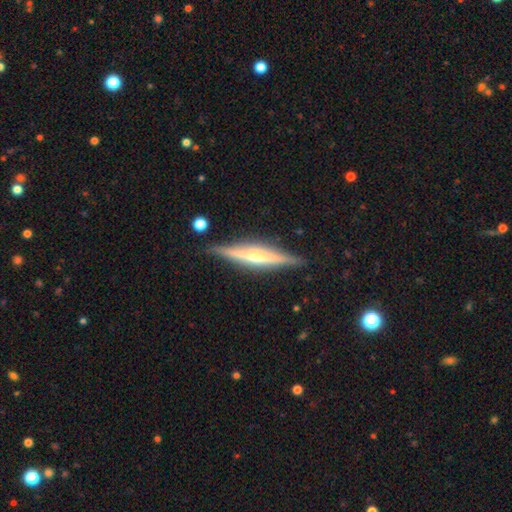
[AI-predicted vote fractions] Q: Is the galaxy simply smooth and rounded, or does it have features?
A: featured or disk — 76%.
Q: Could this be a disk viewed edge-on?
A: yes — 97%.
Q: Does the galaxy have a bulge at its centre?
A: rounded — 80%.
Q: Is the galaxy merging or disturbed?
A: none — 88%.